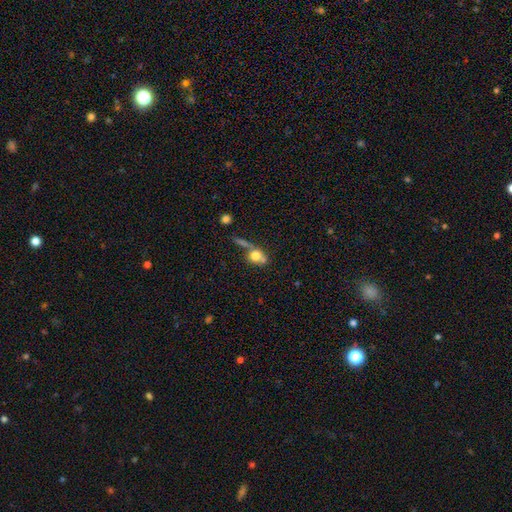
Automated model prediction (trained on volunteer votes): The model was most divided on "merging": none: 39%, merger: 32%, minor disturbance: 16%, major disturbance: 13%. More confident: smooth or featured — smooth (67%); how rounded — round (54%).